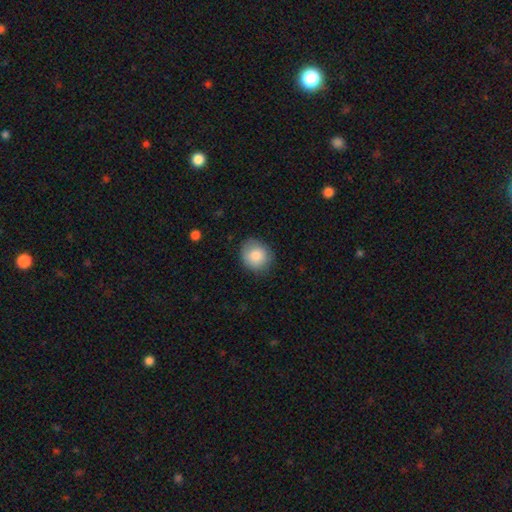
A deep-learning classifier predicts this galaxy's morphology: The model was most divided on "how rounded": round: 76%, in between: 23%, cigar-shaped: 1%. More confident: smooth or featured — smooth (84%); merging — none (80%).